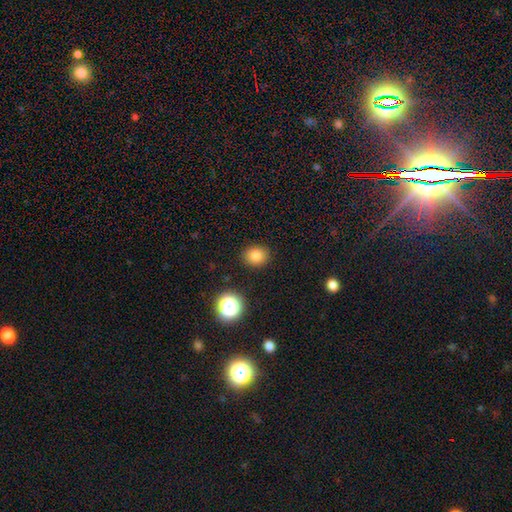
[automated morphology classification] Overall: smooth (82%). How rounded: round (67%; in between 32%). Merging: none (88%).